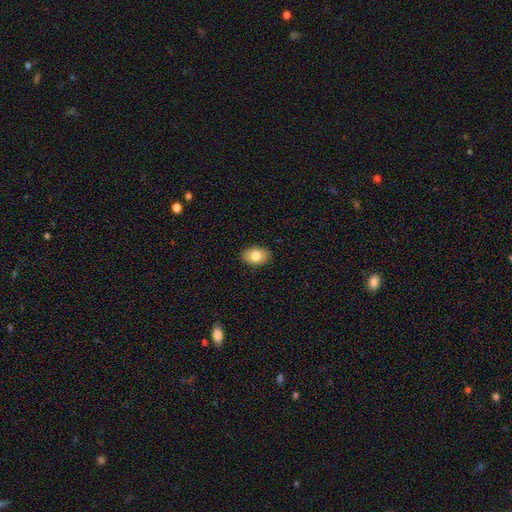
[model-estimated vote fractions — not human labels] Overall: smooth (80%). How rounded: in between (86%). Merging: none (89%).